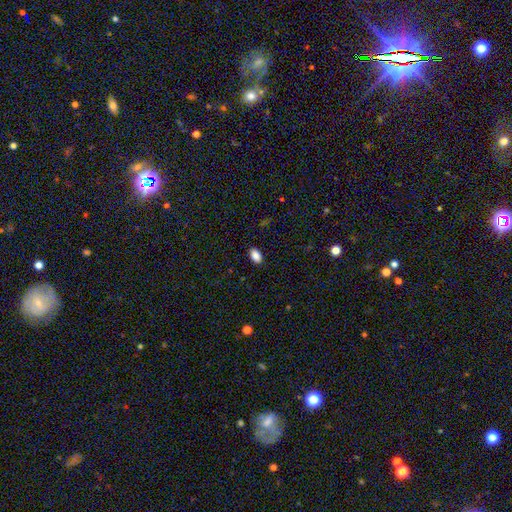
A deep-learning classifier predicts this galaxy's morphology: Smooth or featured: smooth — 88% (star or artifact — 9%)
How rounded: in between — 91% (round — 7%)
Merging: none — 89% (minor disturbance — 8%)